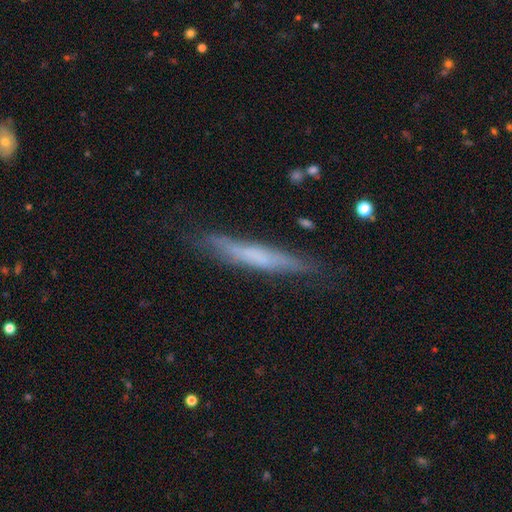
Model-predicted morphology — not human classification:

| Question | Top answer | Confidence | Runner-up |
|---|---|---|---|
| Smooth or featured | smooth | 46% | tied: featured or disk (46%) |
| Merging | none | 76% | minor disturbance (18%) |